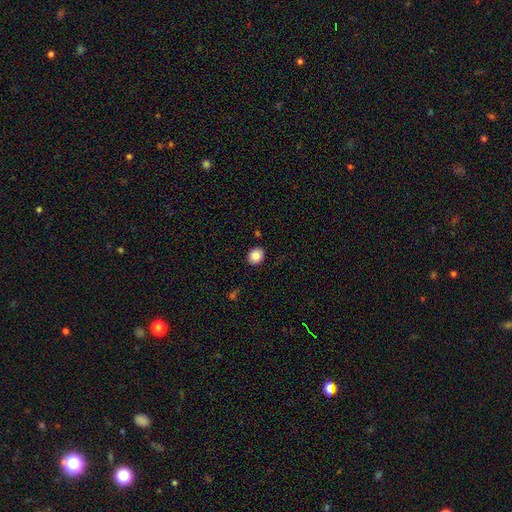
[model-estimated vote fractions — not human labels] Smooth or featured: smooth — 86% (star or artifact — 9%)
How rounded: round — 68% (in between — 32%)
Merging: none — 88% (minor disturbance — 8%)